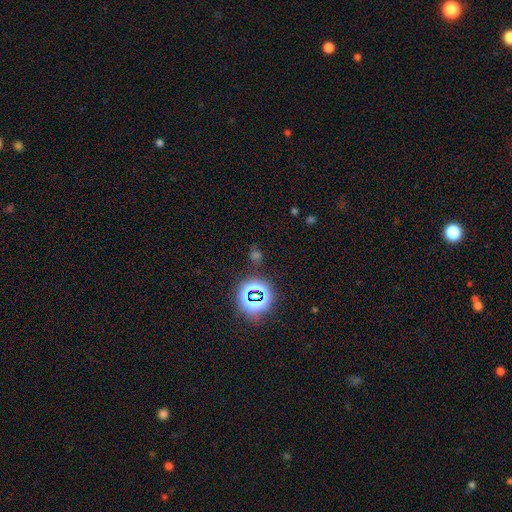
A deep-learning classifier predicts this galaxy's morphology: Smooth or featured? star or artifact (60%)